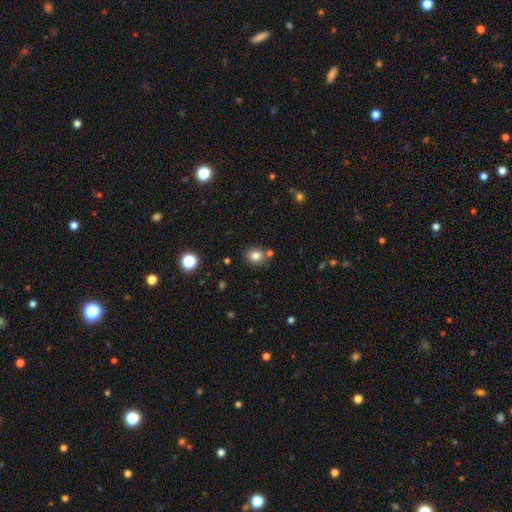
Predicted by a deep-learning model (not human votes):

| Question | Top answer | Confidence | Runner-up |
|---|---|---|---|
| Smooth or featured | smooth | 81% | star or artifact (12%) |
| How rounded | round | 69% | in between (30%) |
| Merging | none | 74% | merger (12%) |